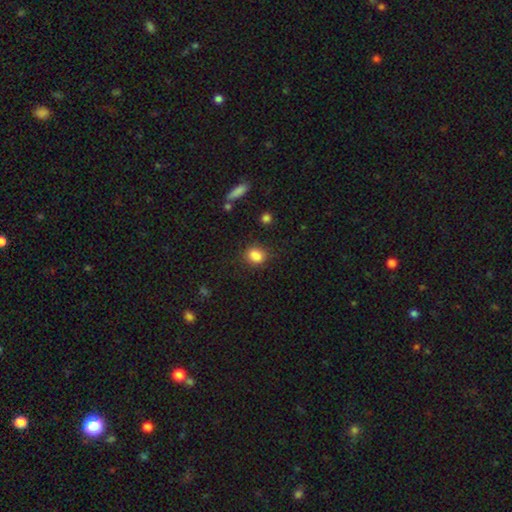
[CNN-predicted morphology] smooth 85%, star or artifact 10%, featured or disk 5%. Down the decision tree: how rounded — in between (52%); merging — none (73%).